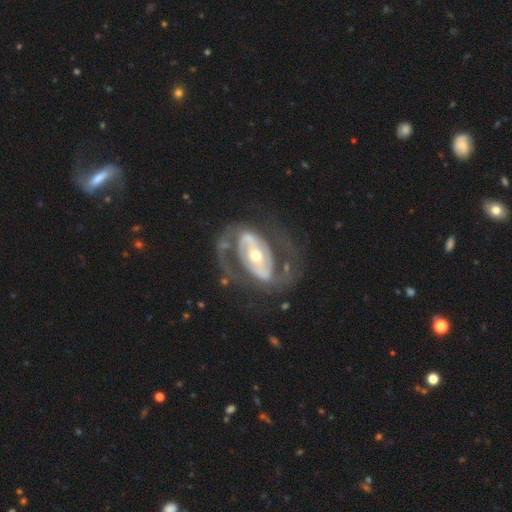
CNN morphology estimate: type=featured or disk (87%); edge-on=no (95%); bar=strong (45%); spiral arms=yes (83%); winding=medium (48%); arm count=2 (86%); bulge=moderate (60%); merging=none (65%).